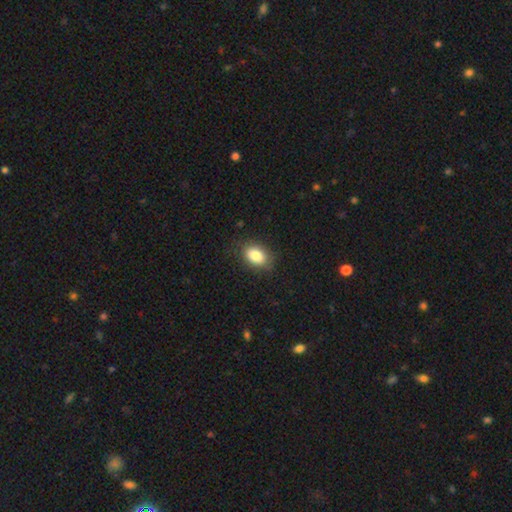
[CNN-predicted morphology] Smooth or featured?
  - smooth: 83% *
  - star or artifact: 8%
  - featured or disk: 8%
How rounded?
  - in between: 83% *
  - round: 15%
  - cigar-shaped: 1%
Merging?
  - none: 83% *
  - minor disturbance: 13%
  - major disturbance: 3%
  - merger: 1%